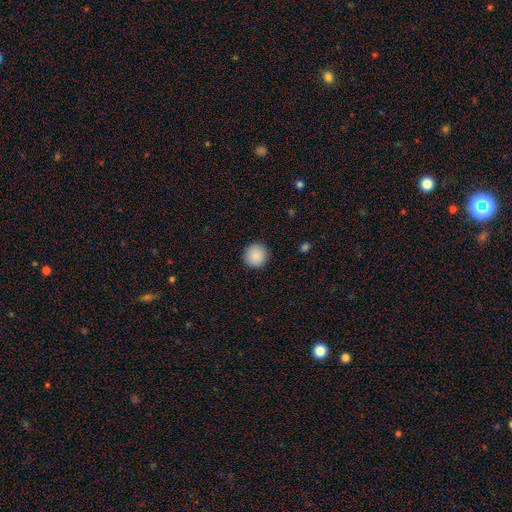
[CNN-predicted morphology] Smooth or featured?
  - smooth: 89% *
  - star or artifact: 8%
  - featured or disk: 3%
How rounded?
  - round: 93% *
  - in between: 6%
  - cigar-shaped: 1%
Merging?
  - none: 92% *
  - minor disturbance: 6%
  - major disturbance: 2%
  - merger: 1%